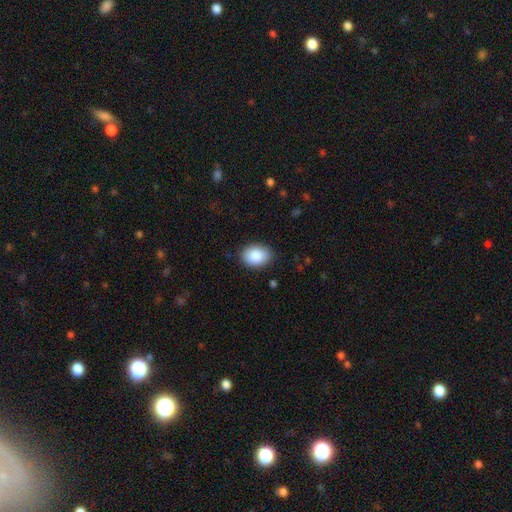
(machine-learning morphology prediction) Smooth or featured? smooth (88%)
How rounded? in between (74%)
Merging? none (87%)